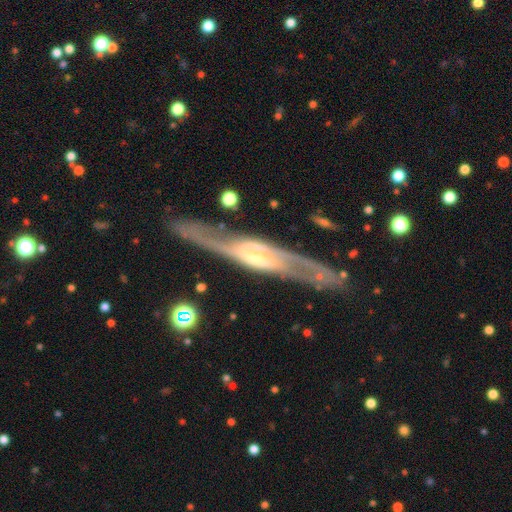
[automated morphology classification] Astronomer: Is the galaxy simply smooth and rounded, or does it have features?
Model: featured or disk — 86%.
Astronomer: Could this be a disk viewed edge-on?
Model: no — 51% (runner-up: yes, 49%).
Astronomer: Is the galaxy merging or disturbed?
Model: none — 70%.